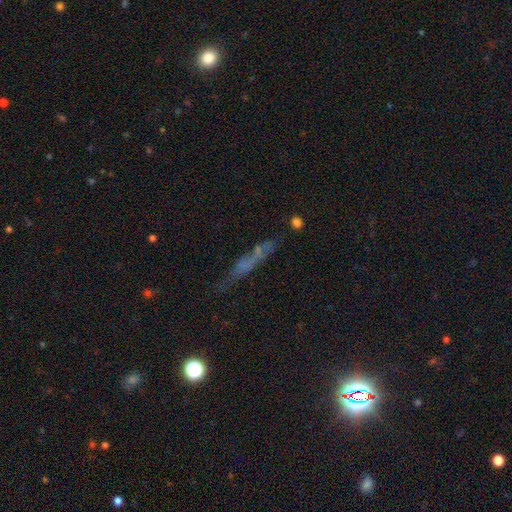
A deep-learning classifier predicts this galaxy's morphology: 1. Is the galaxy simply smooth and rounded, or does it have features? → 40% featured or disk, 36% smooth, 24% star or artifact.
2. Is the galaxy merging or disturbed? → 66% none, 18% minor disturbance, 10% major disturbance, 6% merger.